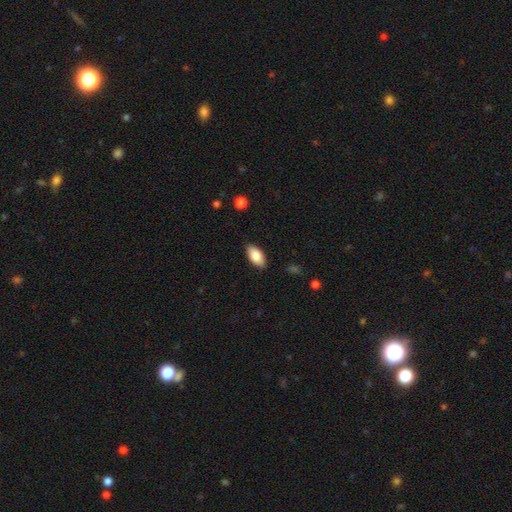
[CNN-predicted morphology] A smooth galaxy with no disk features (84%) that is in between round and cigar-shaped (93%). Merging: none (87%).